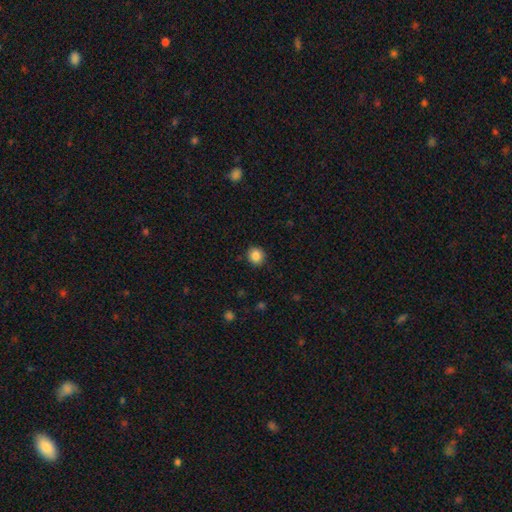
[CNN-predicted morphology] A smooth galaxy with no disk features (86%) that is round (88%).

Vote fractions:
- Smooth or featured? smooth: 86% / star or artifact: 10% / featured or disk: 4%
- How rounded? round: 88% / in between: 12% / cigar-shaped: 1%
- Merging? none: 90% / minor disturbance: 7% / major disturbance: 2% / merger: 1%